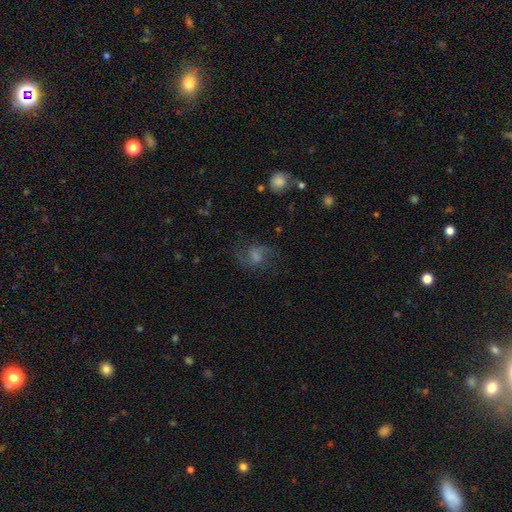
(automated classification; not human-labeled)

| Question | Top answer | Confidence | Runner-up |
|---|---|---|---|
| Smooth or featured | featured or disk | 61% | smooth (26%) |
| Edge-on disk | no | 97% | yes (3%) |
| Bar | no | 50% | weak (42%) |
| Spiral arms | yes | 91% | no (9%) |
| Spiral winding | medium | 47% | loose (42%) |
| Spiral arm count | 2 | 84% | can't tell (7%) |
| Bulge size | small | 31% | moderate (30%) |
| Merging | none | 63% | minor disturbance (19%) |